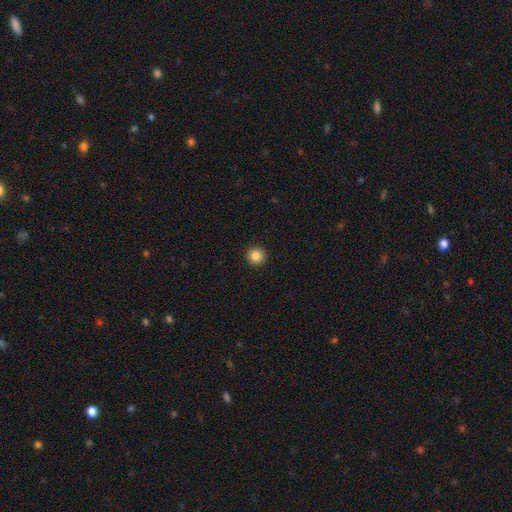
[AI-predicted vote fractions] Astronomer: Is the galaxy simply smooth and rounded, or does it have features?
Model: smooth — 86%.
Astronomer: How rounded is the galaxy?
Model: round — 95%.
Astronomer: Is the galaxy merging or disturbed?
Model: none — 93%.